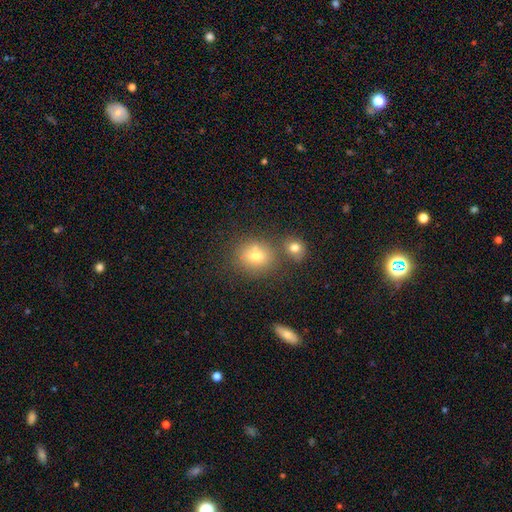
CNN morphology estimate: Smooth or featured?
  - smooth: 74% *
  - star or artifact: 13%
  - featured or disk: 12%
How rounded?
  - round: 72% *
  - in between: 27%
  - cigar-shaped: 1%
Merging?
  - none: 62% *
  - merger: 21%
  - minor disturbance: 12%
  - major disturbance: 4%